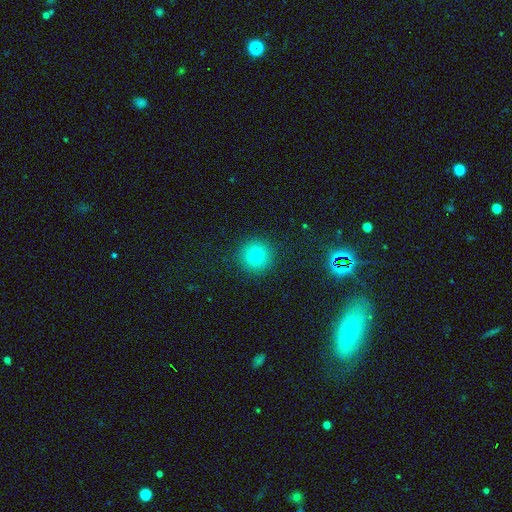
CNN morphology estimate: The model was most divided on "smooth or featured": smooth: 77%, star or artifact: 14%, featured or disk: 9%. More confident: how rounded — round (95%); merging — none (91%).